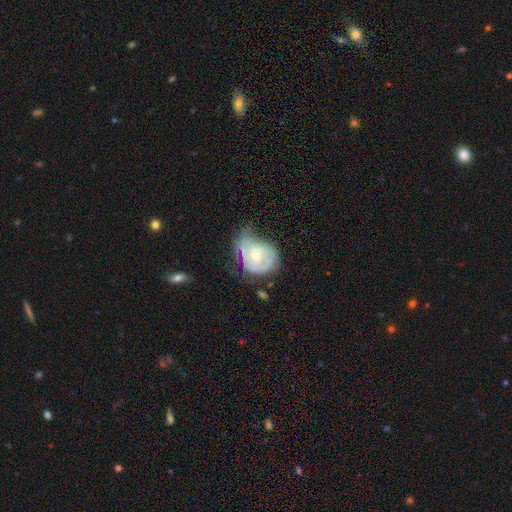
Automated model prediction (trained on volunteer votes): Smooth or featured? featured or disk (65%)
Edge-on disk? no (97%)
Bar? no (72%)
Spiral arms? yes (77%)
Bulge size? small (54%)
Merging? minor disturbance (36%)